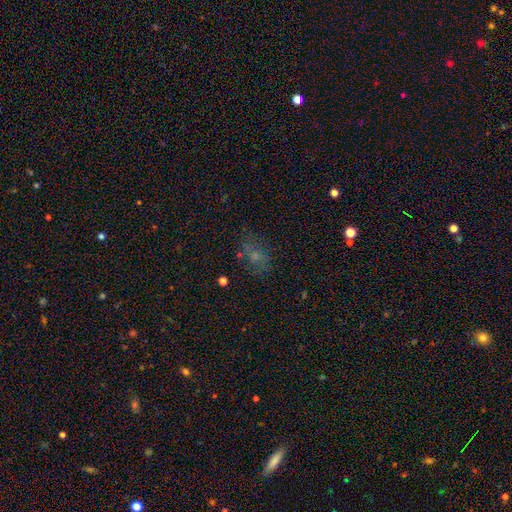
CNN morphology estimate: A smooth galaxy with no disk features (48%).

Vote fractions:
- Smooth or featured? smooth: 48% / featured or disk: 27% / star or artifact: 25%
- Merging? none: 62% / minor disturbance: 20% / major disturbance: 13% / merger: 5%